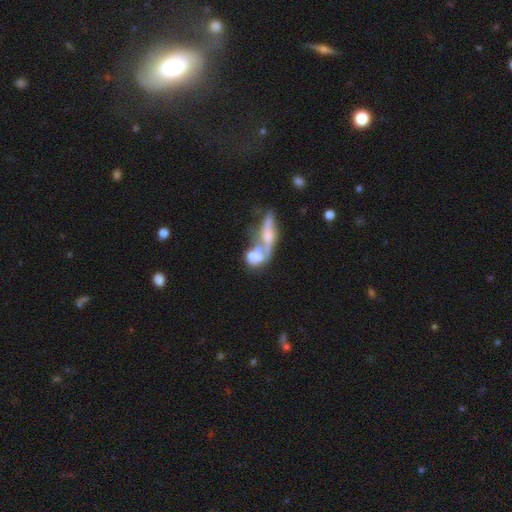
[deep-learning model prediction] This is possibly a smooth galaxy (45%, tied with featured or disk). Merging: likely merger (69%).